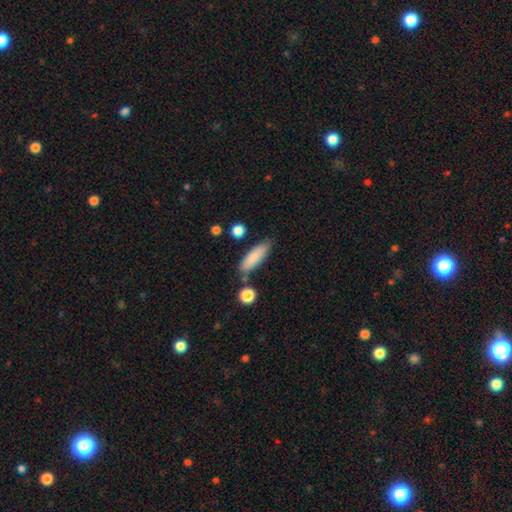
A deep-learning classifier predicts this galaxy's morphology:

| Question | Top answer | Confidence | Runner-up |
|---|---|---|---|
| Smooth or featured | smooth | 84% | featured or disk (10%) |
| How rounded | cigar-shaped | 50% | in between (48%) |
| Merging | none | 76% | minor disturbance (14%) |